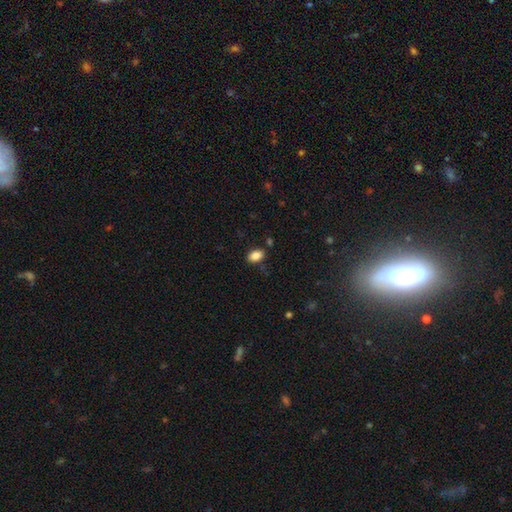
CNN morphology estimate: Q: Smooth or featured?
A: smooth (87%); runner-up: star or artifact (9%)
Q: How rounded?
A: in between (90%); runner-up: round (8%)
Q: Merging?
A: none (84%); runner-up: minor disturbance (11%)